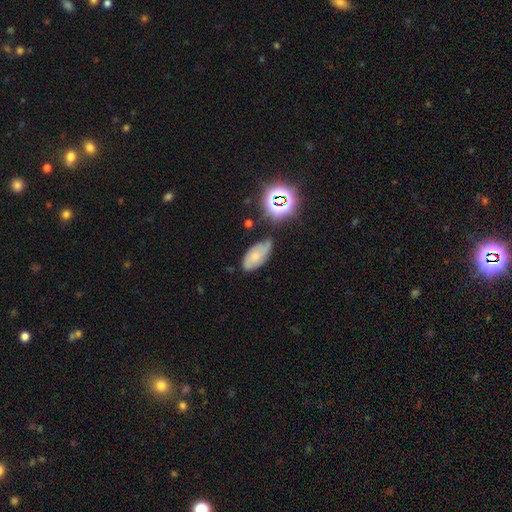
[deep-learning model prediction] Smooth or featured?
  - smooth: 56% *
  - featured or disk: 27%
  - star or artifact: 17%
How rounded?
  - in between: 91% *
  - round: 5%
  - cigar-shaped: 4%
Merging?
  - none: 53% *
  - minor disturbance: 32%
  - major disturbance: 9%
  - merger: 6%